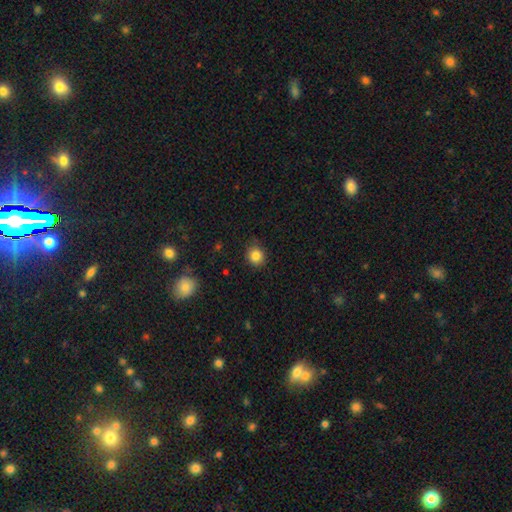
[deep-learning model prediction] smooth 85%, star or artifact 11%, featured or disk 5%. Down the decision tree: how rounded — round (82%); merging — none (84%).